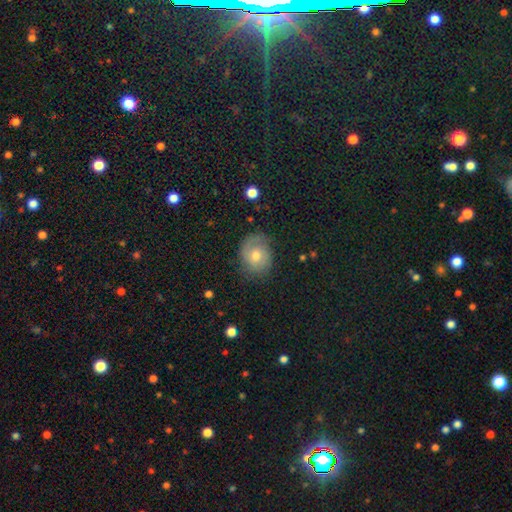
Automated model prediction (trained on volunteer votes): smooth-or-featured: featured or disk: 45% (tied) | smooth: 45% (tied) | star or artifact: 9%
  merging: none: 70% | minor disturbance: 20% | major disturbance: 8% | merger: 1%